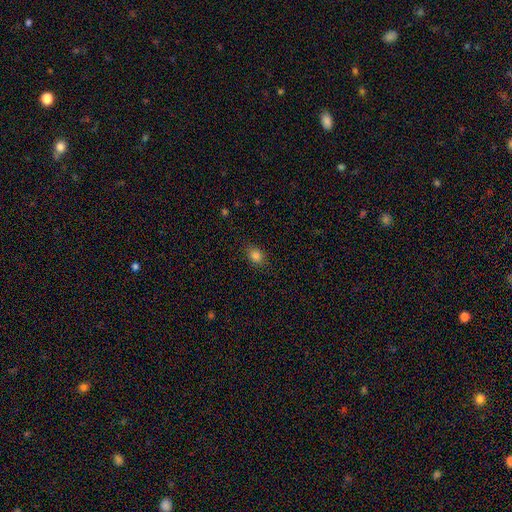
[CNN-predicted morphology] Overall: smooth (82%). How rounded: in between (55%; round 44%). Merging: none (85%).